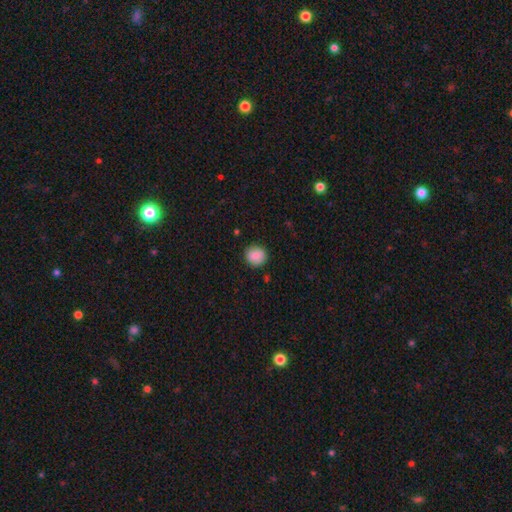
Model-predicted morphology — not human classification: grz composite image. It shows a smooth galaxy with no disk features (89%) that is round (86%). Merging: none (88%).